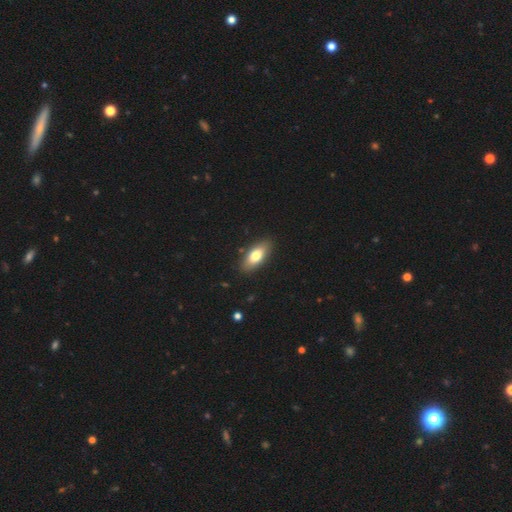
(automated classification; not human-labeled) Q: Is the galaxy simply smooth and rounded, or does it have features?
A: smooth — 73%.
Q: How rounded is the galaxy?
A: in between — 82%.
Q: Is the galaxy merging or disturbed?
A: none — 87%.